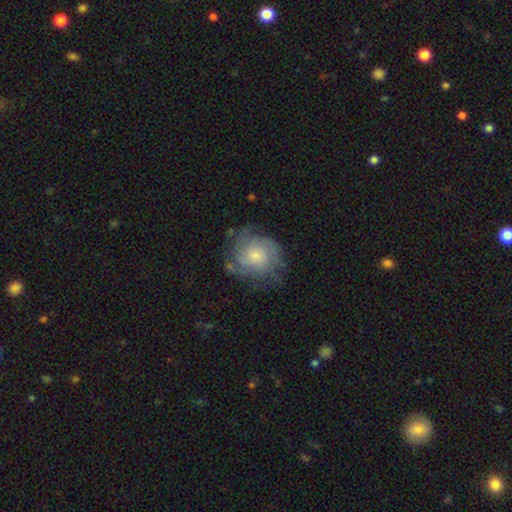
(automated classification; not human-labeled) smooth_or_featured: featured or disk (p=0.61) [alt: smooth p=0.32]
disk_edge_on: no (p=0.98) [alt: yes p=0.02]
bar: no (p=0.78) [alt: weak p=0.19]
has_spiral_arms: yes (p=0.86) [alt: no p=0.14]
spiral_winding: tight (p=0.52) [alt: medium p=0.35]
spiral_arm_count: can't tell (p=0.42) [alt: 3 p=0.18]
bulge_size: small (p=0.49) [alt: moderate p=0.37]
merging: none (p=0.61) [alt: minor disturbance p=0.23]